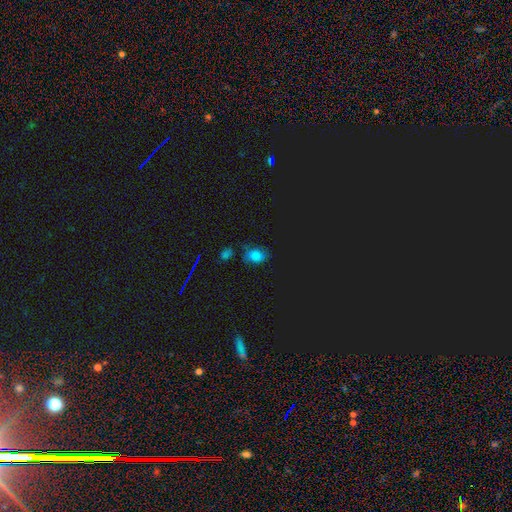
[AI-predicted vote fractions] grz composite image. It shows a smooth galaxy with no disk features (58%) that is in between round and cigar-shaped (69%). Merging: none (57%).